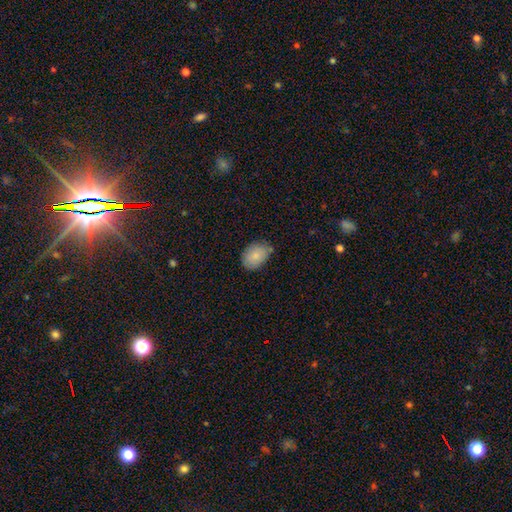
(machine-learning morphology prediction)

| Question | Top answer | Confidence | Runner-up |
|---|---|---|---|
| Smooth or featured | smooth | 85% | featured or disk (8%) |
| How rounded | in between | 82% | round (17%) |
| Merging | none | 70% | minor disturbance (24%) |